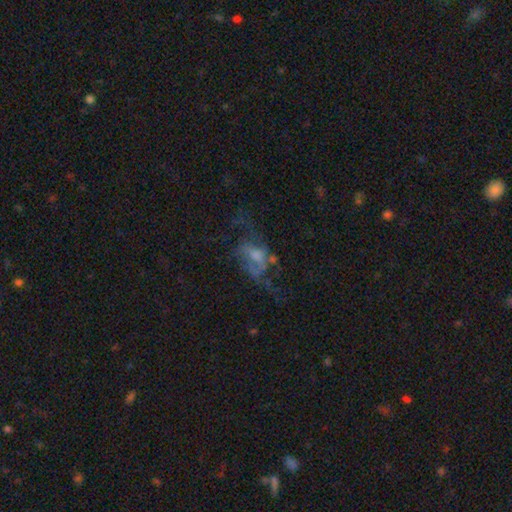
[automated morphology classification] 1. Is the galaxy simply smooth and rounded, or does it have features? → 63% featured or disk, 24% smooth, 14% star or artifact.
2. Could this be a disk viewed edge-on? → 95% no, 5% yes.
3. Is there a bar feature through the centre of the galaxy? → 62% no, 31% weak, 7% strong.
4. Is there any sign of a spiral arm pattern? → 61% yes, 39% no.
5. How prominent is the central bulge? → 41% moderate, 28% small, 17% none, 11% large, 2% dominant.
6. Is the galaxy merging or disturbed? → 46% major disturbance, 33% none, 16% minor disturbance, 5% merger.